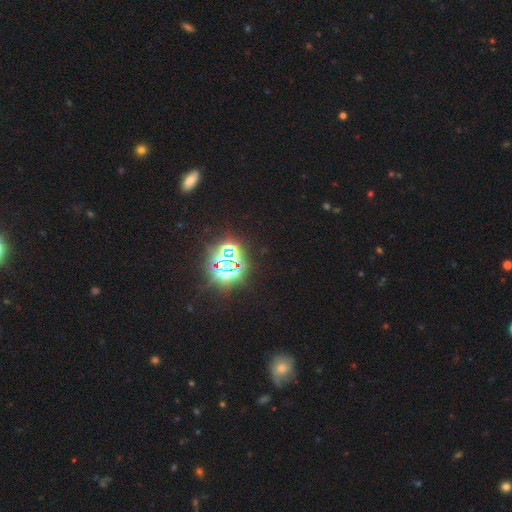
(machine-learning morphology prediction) smooth-or-featured: star or artifact: 79% | smooth: 14% | featured or disk: 7%